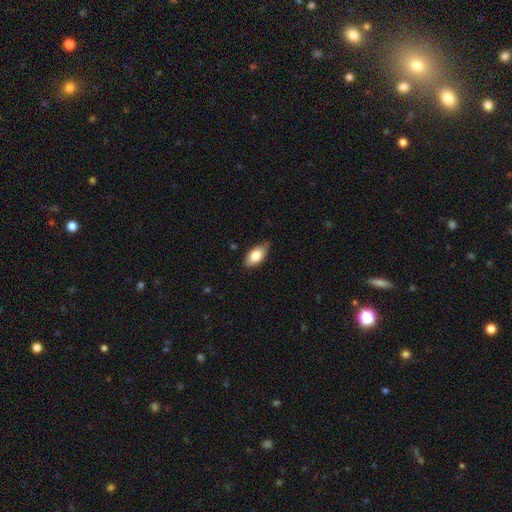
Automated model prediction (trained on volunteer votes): Overall: smooth (79%). How rounded: in between (90%). Merging: none (77%).